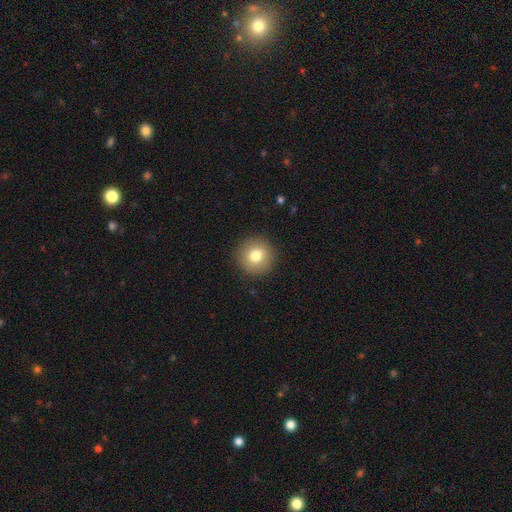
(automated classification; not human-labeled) Q: Smooth or featured?
A: smooth (78%); runner-up: featured or disk (12%)
Q: How rounded?
A: round (95%); runner-up: in between (4%)
Q: Merging?
A: none (91%); runner-up: minor disturbance (6%)